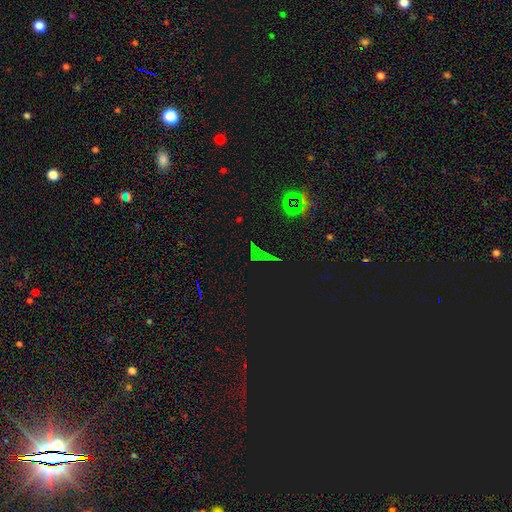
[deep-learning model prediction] smooth-or-featured: star or artifact: 77% | smooth: 15% | featured or disk: 8%